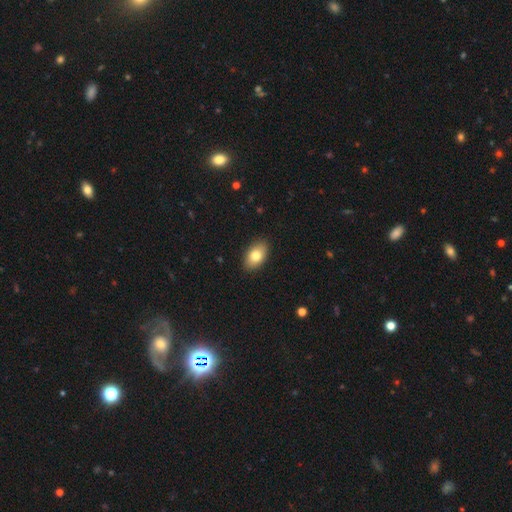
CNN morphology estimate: smooth_or_featured: smooth (p=0.79) [alt: featured or disk p=0.14]
how_rounded: in between (p=0.91) [alt: round p=0.08]
merging: none (p=0.89) [alt: minor disturbance p=0.09]